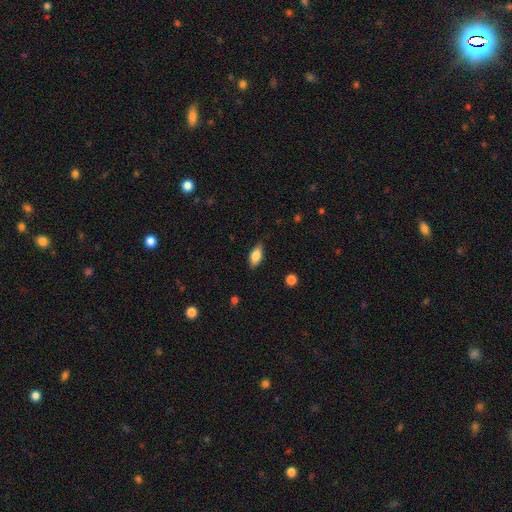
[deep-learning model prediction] Smooth or featured?
  - smooth: 78% *
  - featured or disk: 15%
  - star or artifact: 7%
How rounded?
  - in between: 86% *
  - cigar-shaped: 10%
  - round: 4%
Merging?
  - none: 82% *
  - minor disturbance: 14%
  - major disturbance: 3%
  - merger: 1%